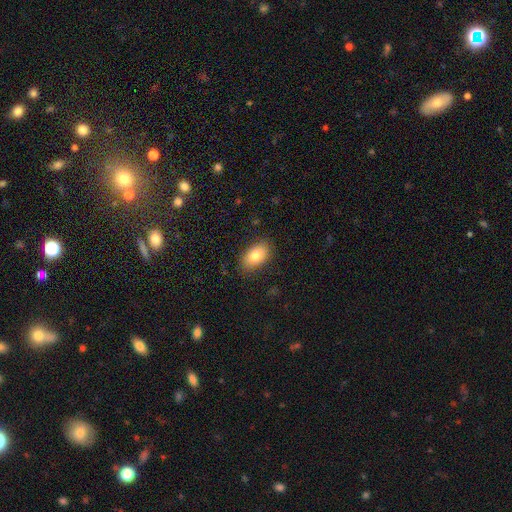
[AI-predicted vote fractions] Smooth or featured? smooth (80%)
How rounded? in between (91%)
Merging? none (84%)